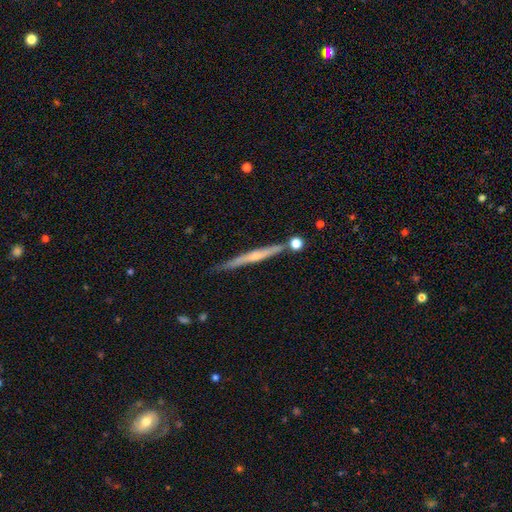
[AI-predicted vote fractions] Smooth or featured? featured or disk (62%)
Edge-on disk? yes (97%)
Edge-on bulge? rounded (54%)
Merging? none (78%)